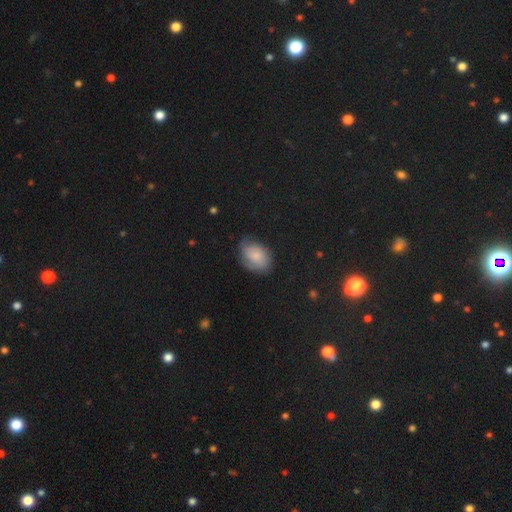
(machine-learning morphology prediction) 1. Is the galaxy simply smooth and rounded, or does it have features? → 71% smooth, 20% featured or disk, 9% star or artifact.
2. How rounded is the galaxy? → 82% in between, 17% round, 1% cigar-shaped.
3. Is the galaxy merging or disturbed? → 62% none, 28% minor disturbance, 8% major disturbance, 2% merger.